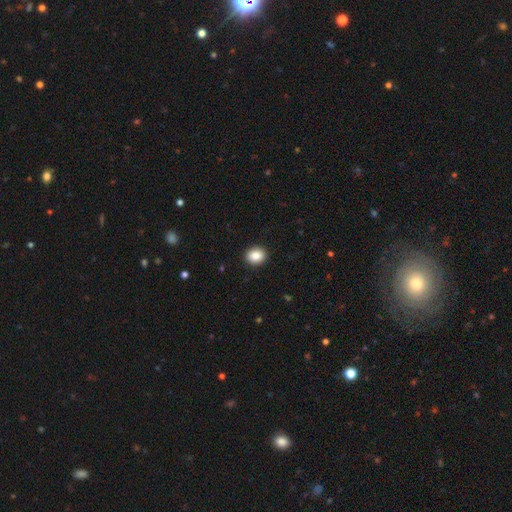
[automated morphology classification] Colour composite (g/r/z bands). It shows a smooth galaxy with no disk features (88%) that is round (57%). Merging: none (92%).